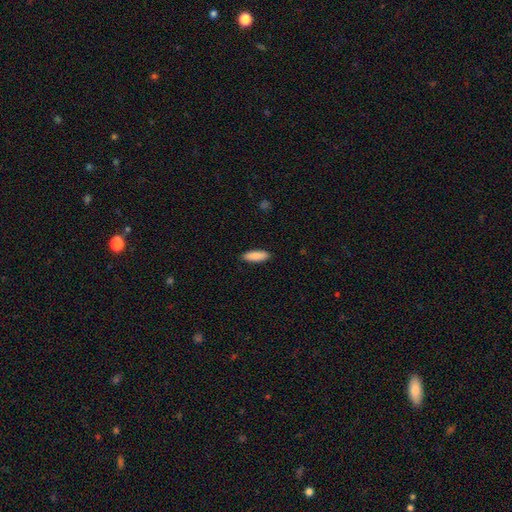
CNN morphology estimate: type=smooth (89%); roundness=in between (58%); merging=none (90%).